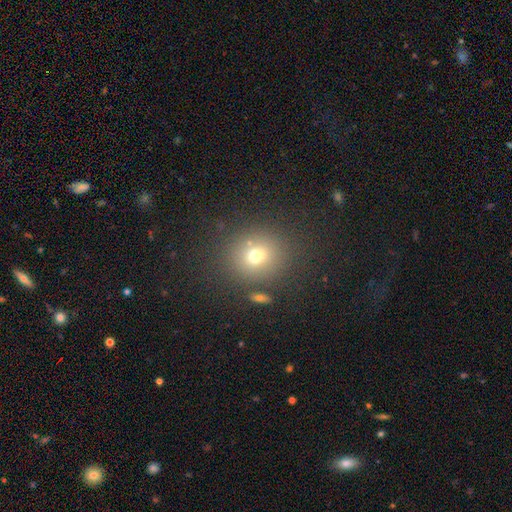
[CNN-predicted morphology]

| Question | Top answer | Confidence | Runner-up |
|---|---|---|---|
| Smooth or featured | smooth | 69% | star or artifact (18%) |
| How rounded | round | 80% | in between (19%) |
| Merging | none | 79% | minor disturbance (9%) |